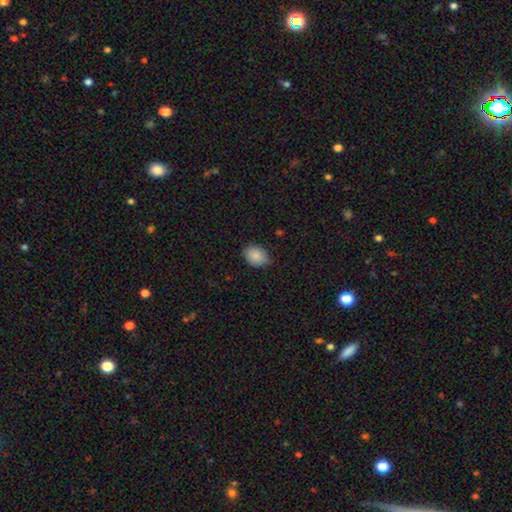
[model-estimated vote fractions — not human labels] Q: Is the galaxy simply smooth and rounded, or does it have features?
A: smooth — 87%.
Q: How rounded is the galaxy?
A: in between — 66%.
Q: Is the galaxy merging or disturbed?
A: none — 77%.